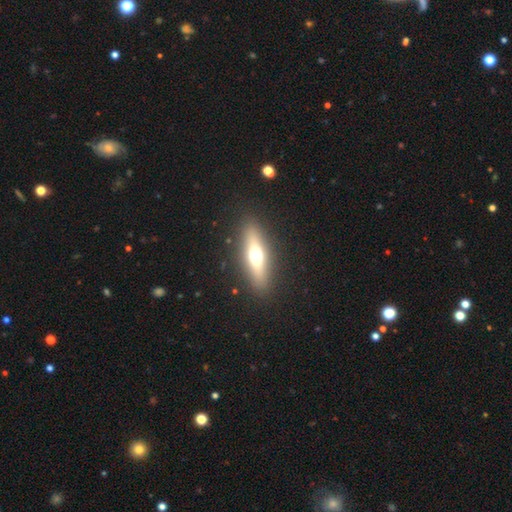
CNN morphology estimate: smooth-or-featured: featured or disk: 45% (tied) | smooth: 45% (tied) | star or artifact: 10%
  merging: none: 88% | minor disturbance: 8% | major disturbance: 3% | merger: 1%